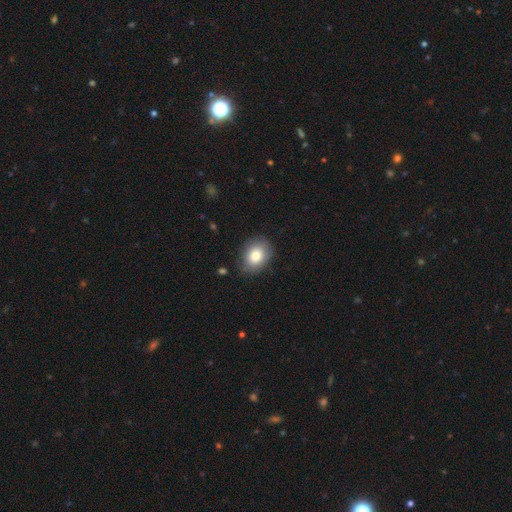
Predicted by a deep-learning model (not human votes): Smooth or featured? Predicted: smooth (p=0.80). How rounded? Predicted: in between (p=0.64). Merging? Predicted: none (p=0.80).